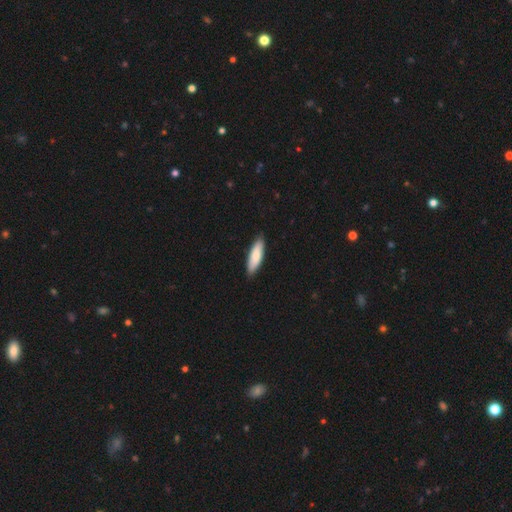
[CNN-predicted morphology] Smooth or featured?
  - smooth: 80% *
  - featured or disk: 15%
  - star or artifact: 5%
How rounded?
  - cigar-shaped: 53% *
  - in between: 46%
  - round: 2%
Merging?
  - none: 88% *
  - minor disturbance: 10%
  - major disturbance: 2%
  - merger: 1%